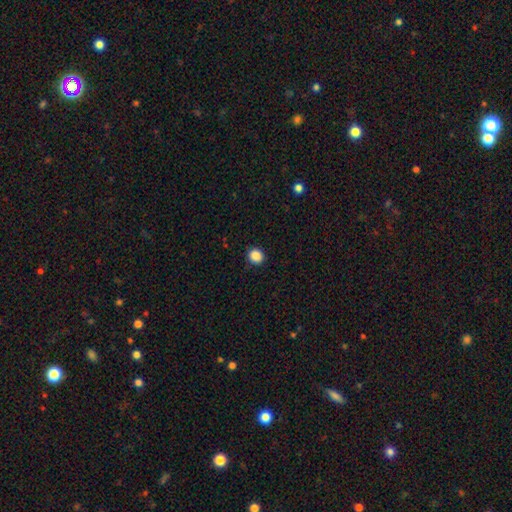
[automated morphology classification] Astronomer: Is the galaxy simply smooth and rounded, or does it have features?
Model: smooth — 88%.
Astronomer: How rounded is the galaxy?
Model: round — 83%.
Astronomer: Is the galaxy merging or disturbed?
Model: none — 90%.